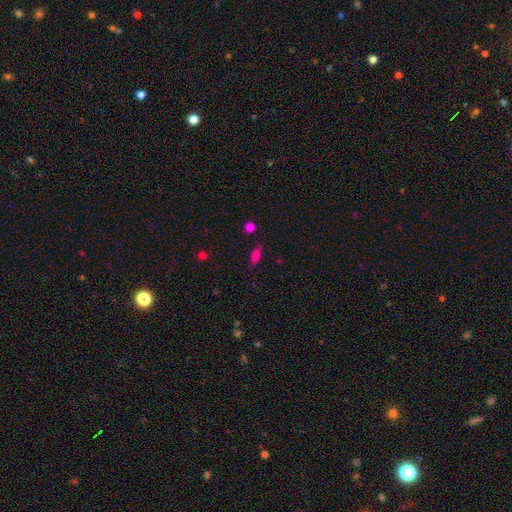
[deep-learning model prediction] A smooth galaxy with no disk features (74%) that is in between round and cigar-shaped (72%). Merging: none (81%).